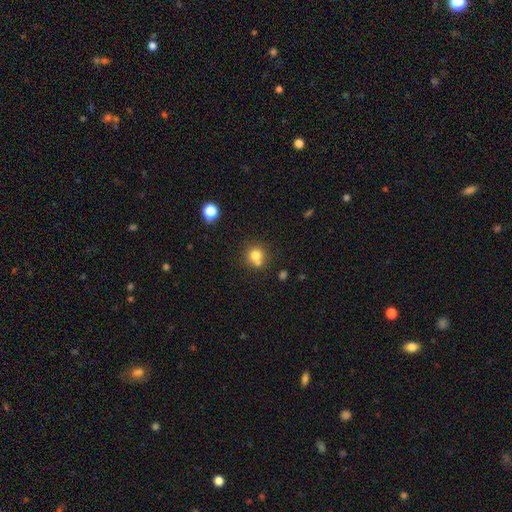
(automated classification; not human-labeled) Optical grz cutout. It shows a smooth galaxy with no disk features (77%) that is round (87%). Merging: none (59%).